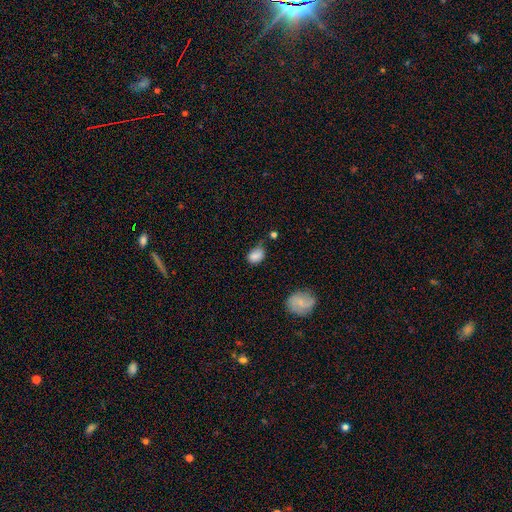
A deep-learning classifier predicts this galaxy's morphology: smooth 82%, star or artifact 10%, featured or disk 9%. Down the decision tree: how rounded — in between (74%); merging — none (41%, tied with minor disturbance).